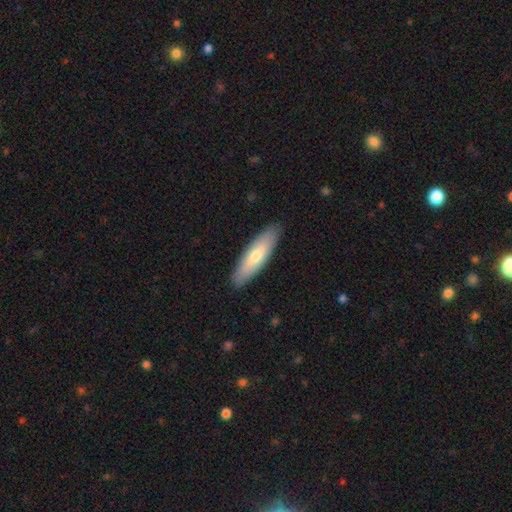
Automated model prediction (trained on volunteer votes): Q: Smooth or featured?
A: smooth (67%); runner-up: featured or disk (28%)
Q: How rounded?
A: cigar-shaped (63%); runner-up: in between (35%)
Q: Merging?
A: none (90%); runner-up: minor disturbance (8%)